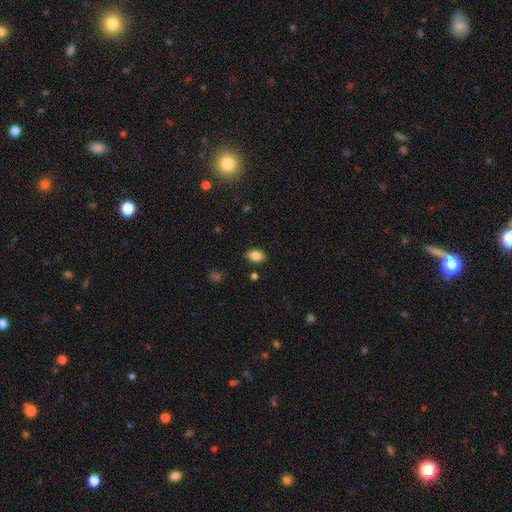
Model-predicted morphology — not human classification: A smooth galaxy with no disk features (85%) that is in between round and cigar-shaped (87%). Merging: none (85%).